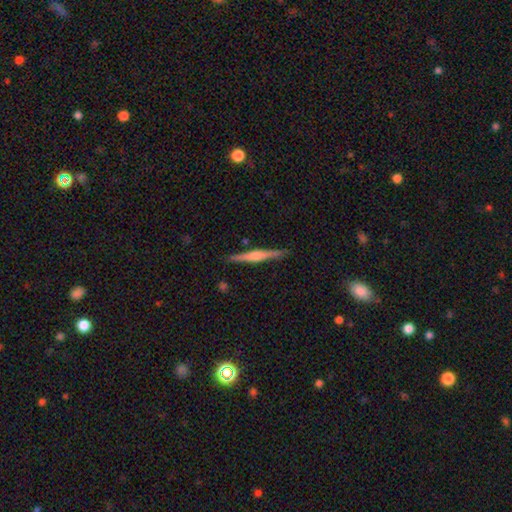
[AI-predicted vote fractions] The model was most divided on "smooth or featured": featured or disk: 73%, smooth: 22%, star or artifact: 6%. More confident: edge-on disk — yes (98%); merging — none (91%); edge-on bulge — rounded (73%).